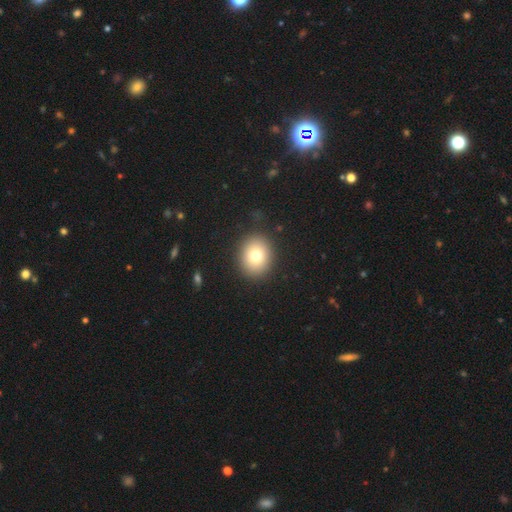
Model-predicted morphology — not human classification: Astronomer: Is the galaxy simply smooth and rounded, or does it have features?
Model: smooth — 75%.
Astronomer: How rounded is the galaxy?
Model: round — 69%.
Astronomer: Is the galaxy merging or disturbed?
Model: none — 89%.